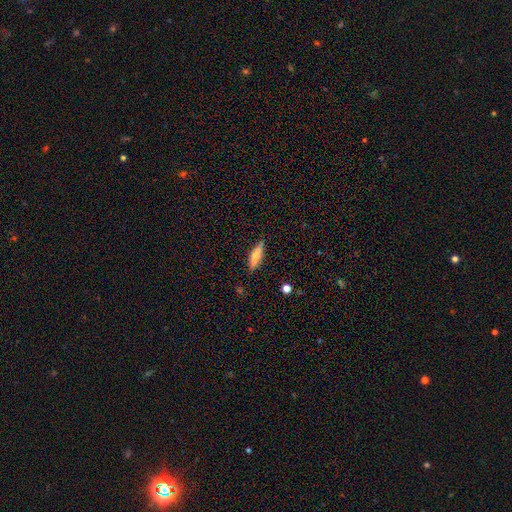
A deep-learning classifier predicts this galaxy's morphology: smooth 70%, featured or disk 22%, star or artifact 8%. Down the decision tree: how rounded — cigar-shaped (71%); merging — none (81%).